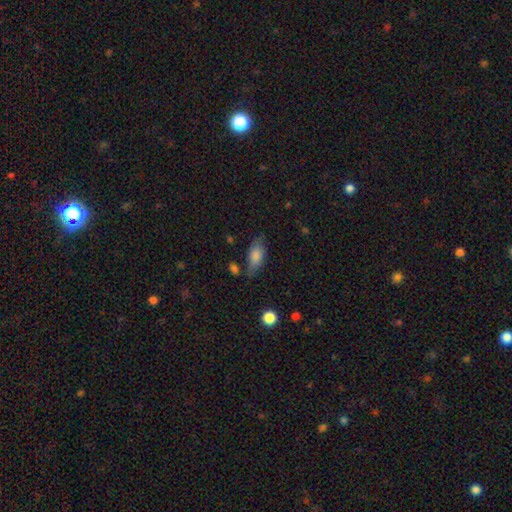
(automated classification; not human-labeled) Smooth or featured? smooth (74%)
How rounded? in between (84%)
Merging? none (70%)